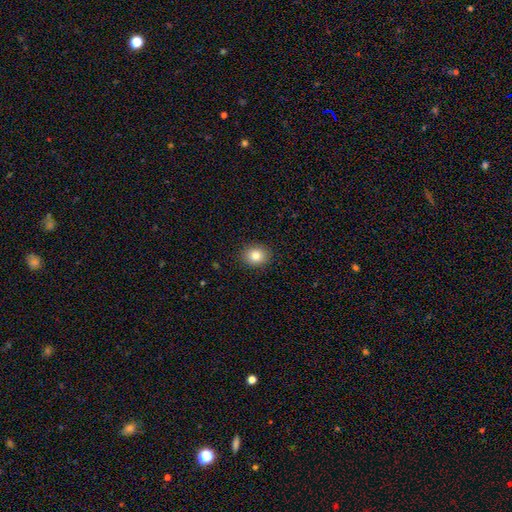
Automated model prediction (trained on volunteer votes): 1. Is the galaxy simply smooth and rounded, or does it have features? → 83% smooth, 10% star or artifact, 7% featured or disk.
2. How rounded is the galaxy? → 65% round, 34% in between, 1% cigar-shaped.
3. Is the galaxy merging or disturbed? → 91% none, 7% minor disturbance, 2% major disturbance, 1% merger.